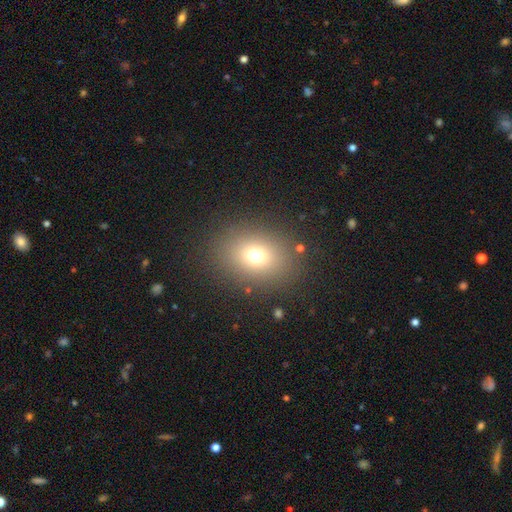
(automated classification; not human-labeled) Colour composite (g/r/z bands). It shows a smooth galaxy with no disk features (71%) that is in between round and cigar-shaped (51%). Merging: none (85%).